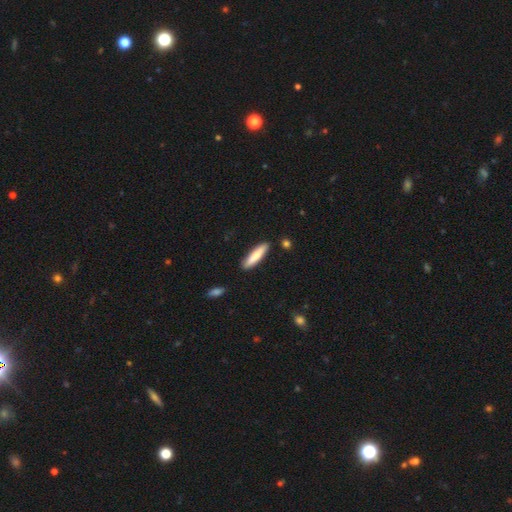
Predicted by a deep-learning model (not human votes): This is likely a smooth galaxy (76%). How rounded: likely cigar-shaped (80%). Merging: clearly none (88%).